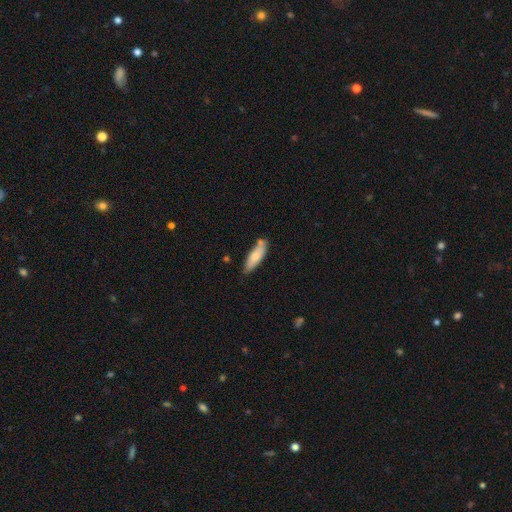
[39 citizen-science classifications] Volunteers were most divided on "how rounded": cigar-shaped: 73%, in between: 27%, round: 0%. More confident: merging — none (81%); smooth or featured — smooth (77%).